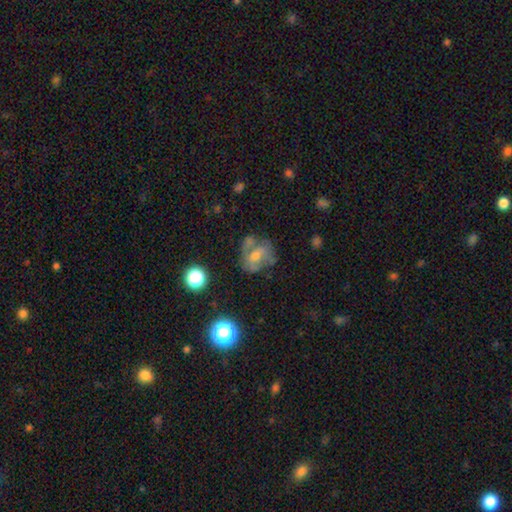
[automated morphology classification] The model was most divided on "smooth or featured": featured or disk: 45%, smooth: 40%, star or artifact: 15%. More confident: merging — none (50%).